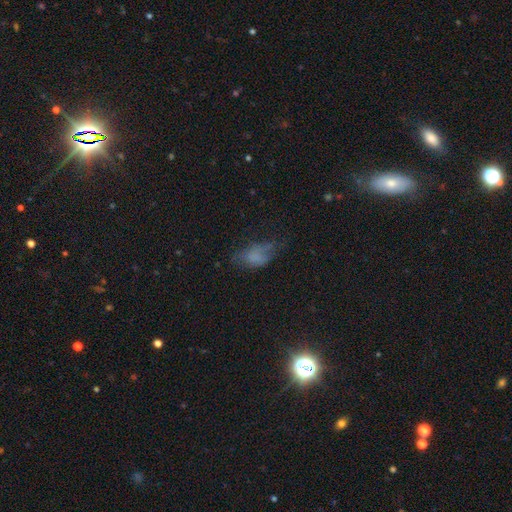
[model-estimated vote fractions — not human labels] A smooth galaxy with no disk features (59%) that is in between round and cigar-shaped (87%).

Vote fractions:
- Smooth or featured? smooth: 59% / featured or disk: 25% / star or artifact: 17%
- How rounded? in between: 87% / round: 8% / cigar-shaped: 5%
- Merging? none: 36% / major disturbance: 31% / minor disturbance: 30% / merger: 3%